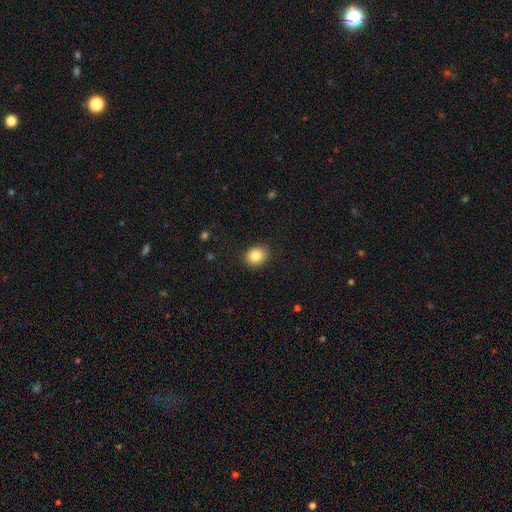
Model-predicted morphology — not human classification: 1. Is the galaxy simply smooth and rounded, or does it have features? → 86% smooth, 9% star or artifact, 5% featured or disk.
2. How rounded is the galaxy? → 59% round, 40% in between, 1% cigar-shaped.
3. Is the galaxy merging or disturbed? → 88% none, 9% minor disturbance, 2% major disturbance, 1% merger.